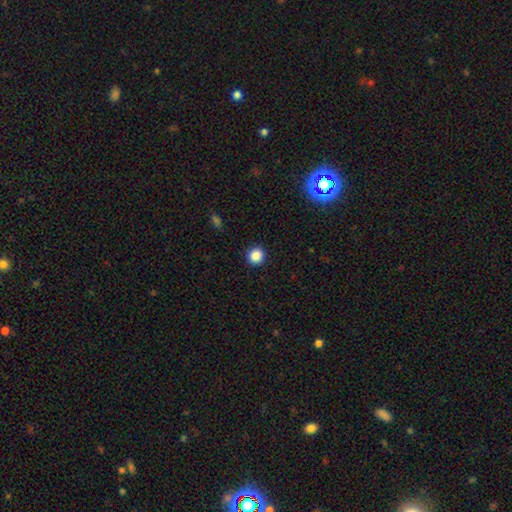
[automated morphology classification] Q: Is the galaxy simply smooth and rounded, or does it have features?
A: smooth — 87%.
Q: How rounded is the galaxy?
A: round — 92%.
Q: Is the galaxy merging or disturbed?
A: none — 92%.